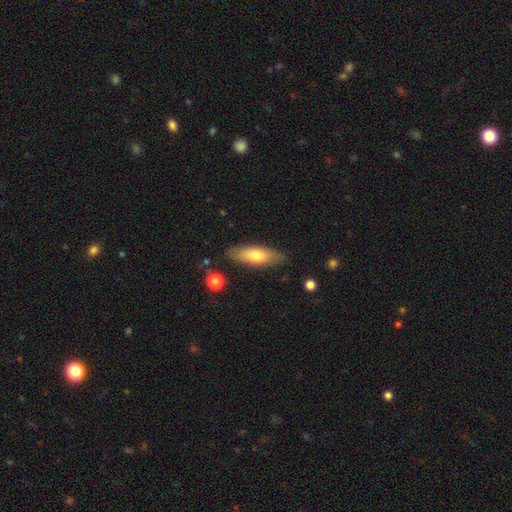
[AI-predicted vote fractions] A smooth galaxy with no disk features (67%) that is in between round and cigar-shaped (58%). Merging: none (83%).